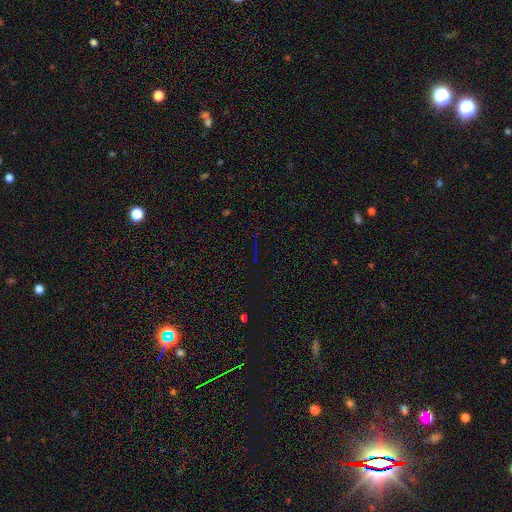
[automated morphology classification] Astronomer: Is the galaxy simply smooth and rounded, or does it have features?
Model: star or artifact — 73%.